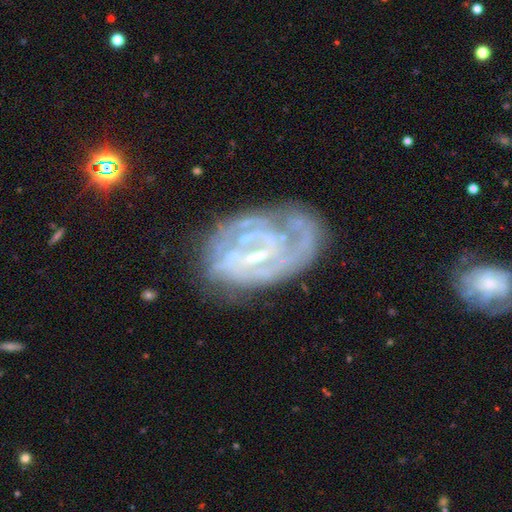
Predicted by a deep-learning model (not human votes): smooth_or_featured: featured or disk (p=0.82) [alt: smooth p=0.10]
disk_edge_on: no (p=0.97) [alt: yes p=0.03]
bar: weak (p=0.47) [alt: no p=0.27]
has_spiral_arms: yes (p=0.84) [alt: no p=0.16]
spiral_winding: tight (p=0.56) [alt: medium p=0.34]
spiral_arm_count: can't tell (p=0.38) [alt: 2 p=0.33]
bulge_size: small (p=0.61) [alt: moderate p=0.24]
merging: none (p=0.57) [alt: minor disturbance p=0.23]